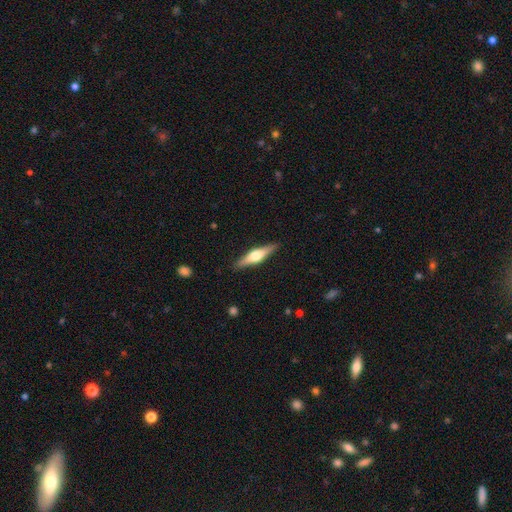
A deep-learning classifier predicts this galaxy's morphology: This appears to be a featured or disk galaxy (63%) viewed edge-on (97%) with a rounded central bulge (90%). Merging: none (89%).